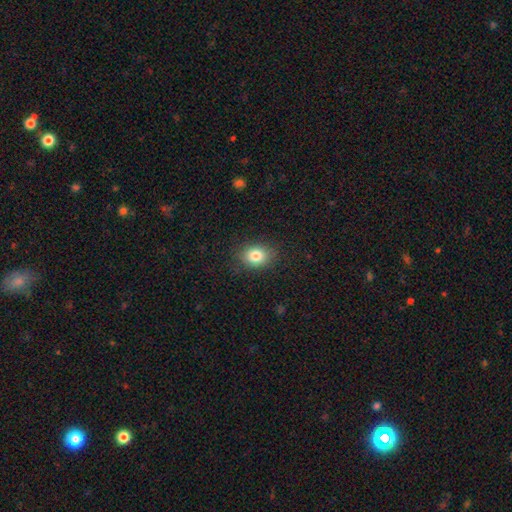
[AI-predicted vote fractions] Morphology: type=smooth (82%); roundness=in between (54%); merging=none (85%).